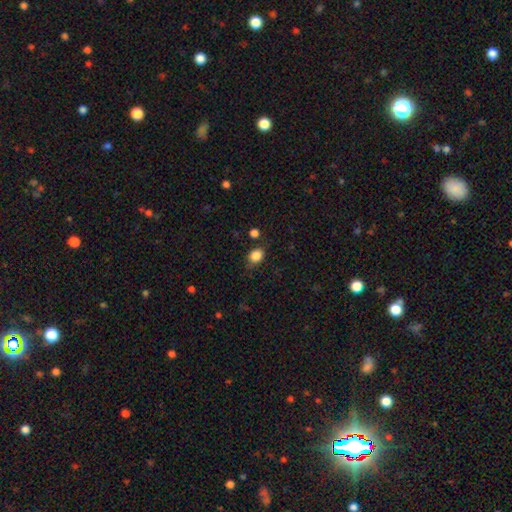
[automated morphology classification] smooth_or_featured: smooth (p=0.85) [alt: star or artifact p=0.10]
how_rounded: in between (p=0.52) [alt: round p=0.47]
merging: none (p=0.73) [alt: minor disturbance p=0.19]